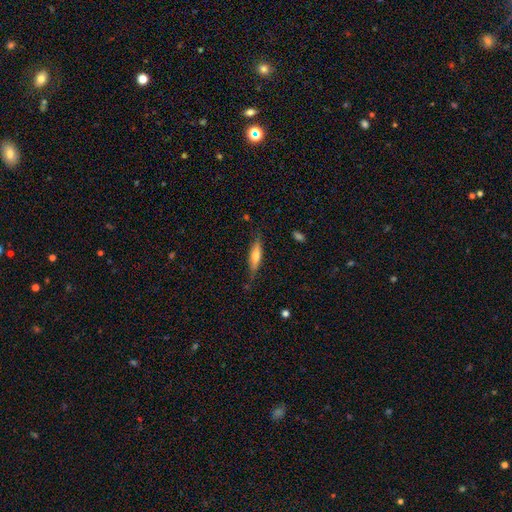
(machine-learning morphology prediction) Smooth or featured? Predicted: smooth (p=0.51). How rounded? Predicted: cigar-shaped (p=0.74). Merging? Predicted: none (p=0.77).